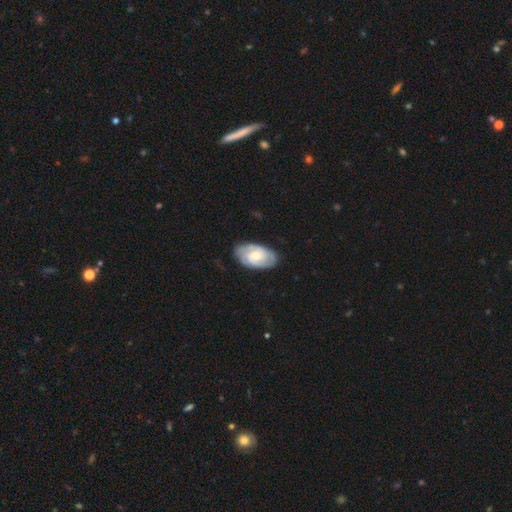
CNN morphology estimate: Smooth or featured? Predicted: featured or disk (p=0.79). Edge-on disk? Predicted: no (p=0.96). Bar? Predicted: no (p=0.67). Spiral arms? Predicted: yes (p=0.94). Spiral winding? Predicted: tight (p=0.65). Spiral arm count? Predicted: 2 (p=0.42). Bulge size? Predicted: moderate (p=0.59). Merging? Predicted: none (p=0.81).